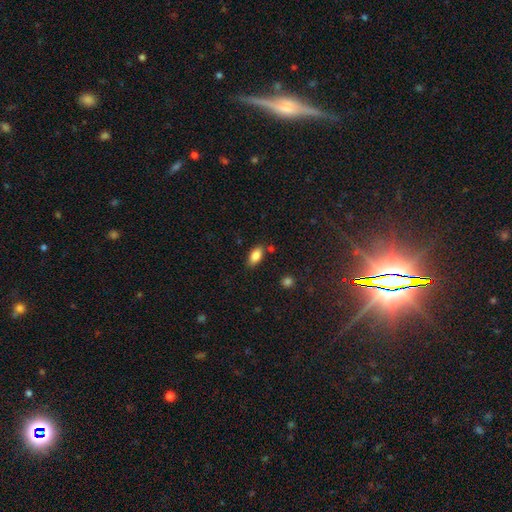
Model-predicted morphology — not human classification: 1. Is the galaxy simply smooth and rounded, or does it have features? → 84% smooth, 8% featured or disk, 8% star or artifact.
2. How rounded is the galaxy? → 90% in between, 6% cigar-shaped, 4% round.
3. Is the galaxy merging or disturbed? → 81% none, 12% minor disturbance, 5% merger, 3% major disturbance.